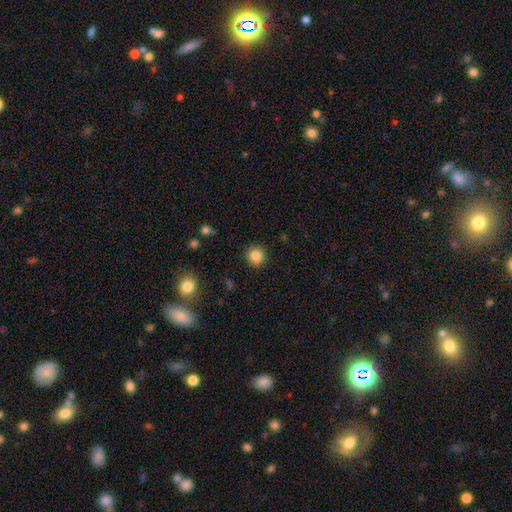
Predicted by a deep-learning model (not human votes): Smooth or featured: smooth — 84% (star or artifact — 10%)
How rounded: round — 92% (in between — 7%)
Merging: none — 89% (minor disturbance — 7%)